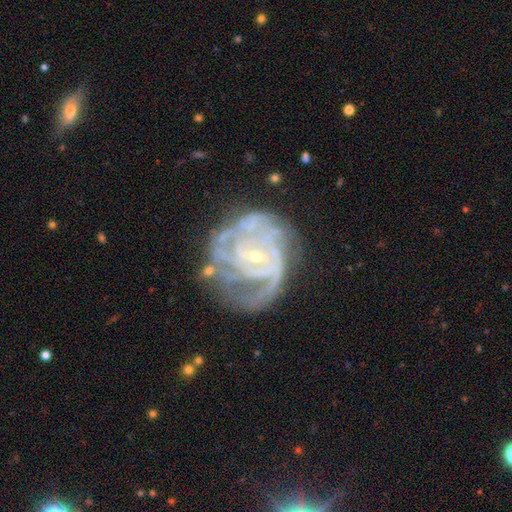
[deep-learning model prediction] This is clearly a featured or disk galaxy (85%). It is clearly not viewed edge-on (98%). Bar: possibly no (46%). Spiral arm pattern: clearly yes (92%). Spiral arm count: marginally can't tell (35%). Spiral winding: possibly tight (59%). Central bulge: clearly small (80%). Merging: possibly none (50%).